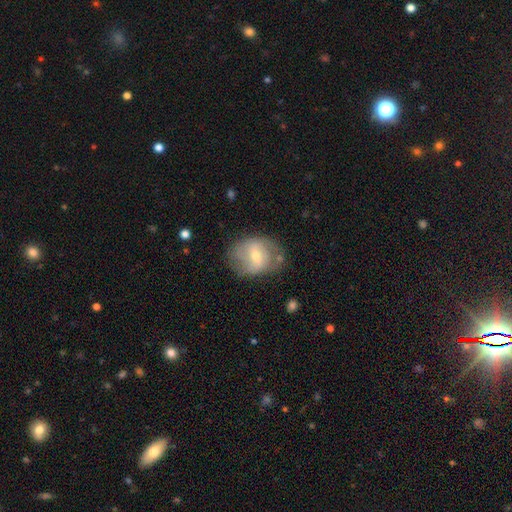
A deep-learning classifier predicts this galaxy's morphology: A featured or disk galaxy (61%) with a weak bar (51%), spiral arms (74%) and a small central bulge (49%). Merging: none (67%).